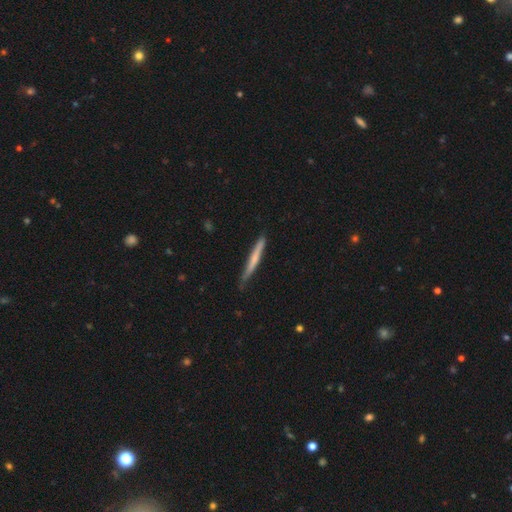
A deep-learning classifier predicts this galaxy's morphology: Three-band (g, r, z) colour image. It shows a smooth galaxy with no disk features (58%) that is cigar-shaped (96%). Merging: none (75%).